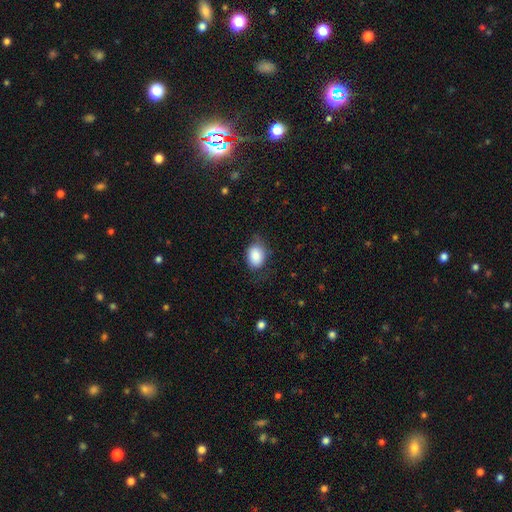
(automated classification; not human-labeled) smooth-or-featured: smooth: 84% | featured or disk: 8% | star or artifact: 7%
  how-rounded: in between: 74% | round: 24% | cigar-shaped: 1%
  merging: none: 65% | minor disturbance: 25% | major disturbance: 9% | merger: 1%